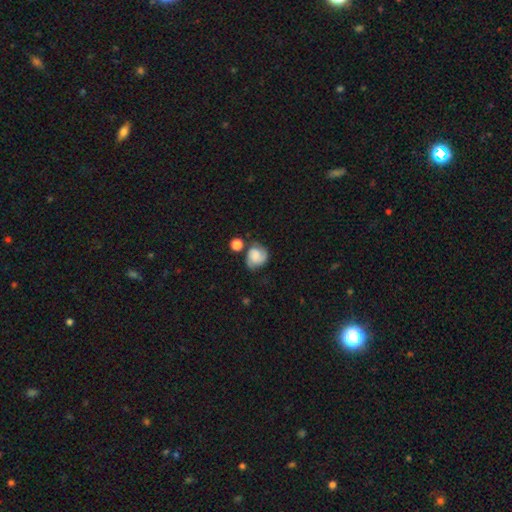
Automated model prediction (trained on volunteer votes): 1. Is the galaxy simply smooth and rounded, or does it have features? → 49% smooth, 41% featured or disk, 10% star or artifact.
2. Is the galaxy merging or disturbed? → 55% none, 24% minor disturbance, 12% merger, 10% major disturbance.